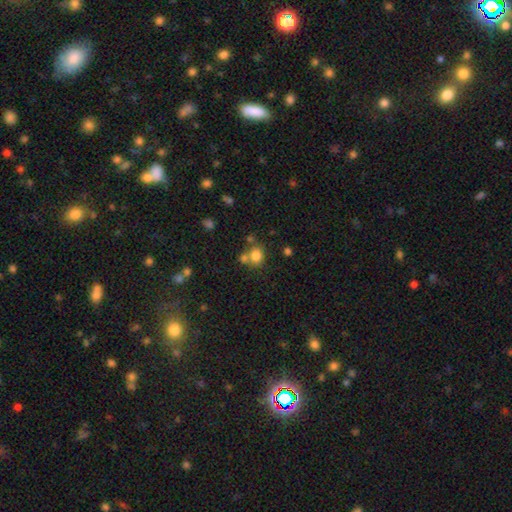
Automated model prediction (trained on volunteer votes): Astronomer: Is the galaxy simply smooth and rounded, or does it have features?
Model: smooth — 79%.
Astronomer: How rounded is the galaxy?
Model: round — 73%.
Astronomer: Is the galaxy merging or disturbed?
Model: none — 55% (runner-up: merger, 31%).